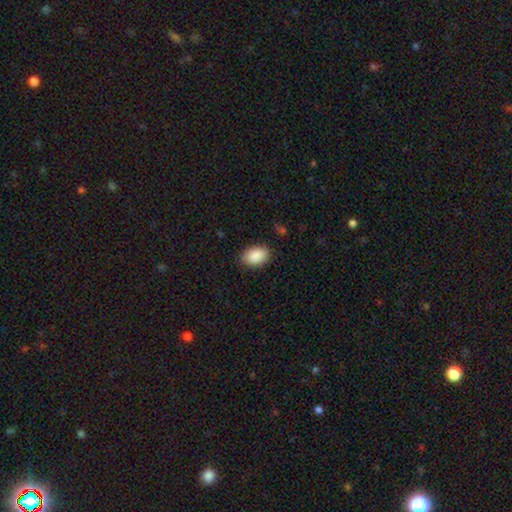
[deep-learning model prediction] Smooth or featured: smooth — 90% (star or artifact — 7%)
How rounded: in between — 88% (round — 11%)
Merging: none — 86% (minor disturbance — 10%)